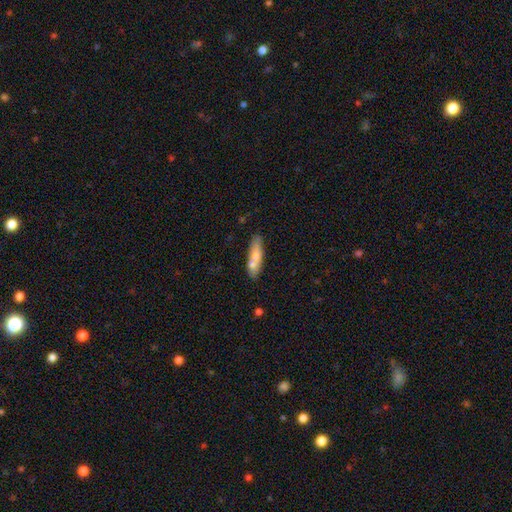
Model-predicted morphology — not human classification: This is likely a smooth galaxy (67%). How rounded: likely cigar-shaped (69%). Merging: likely none (65%).